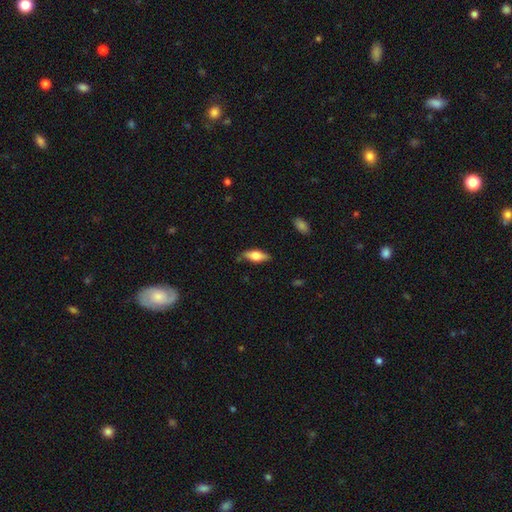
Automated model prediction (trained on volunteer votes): Smooth or featured? smooth (64%)
How rounded? in between (69%)
Merging? none (80%)